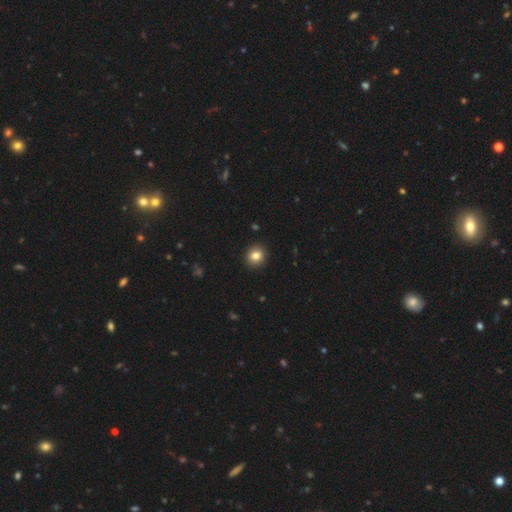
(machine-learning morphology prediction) type=smooth (83%); roundness=round (83%); merging=none (92%).